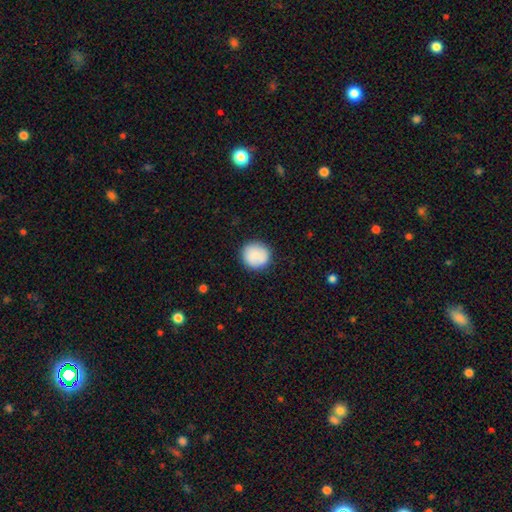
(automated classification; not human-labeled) A smooth galaxy with no disk features (85%) that is round (93%).

Vote fractions:
- Smooth or featured? smooth: 85% / featured or disk: 8% / star or artifact: 7%
- How rounded? round: 93% / in between: 6% / cigar-shaped: 1%
- Merging? none: 88% / minor disturbance: 9% / major disturbance: 2% / merger: 1%